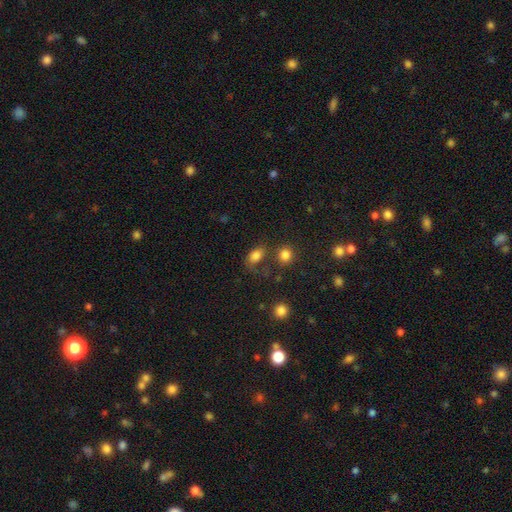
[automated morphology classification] This appears to be a smooth galaxy with no disk features (81%) that is in between round and cigar-shaped (81%). Merging: none (54%).